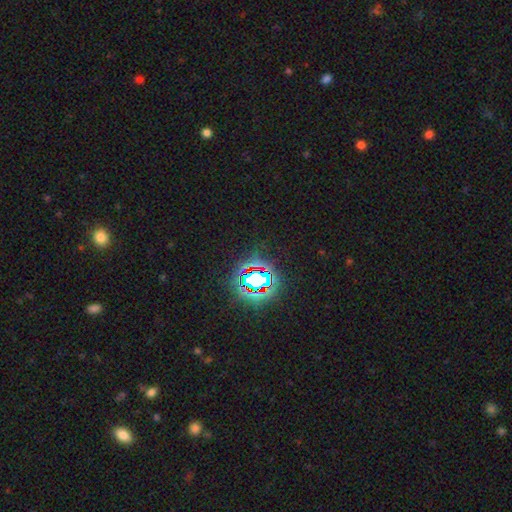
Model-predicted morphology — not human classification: Smooth or featured? star or artifact (81%)